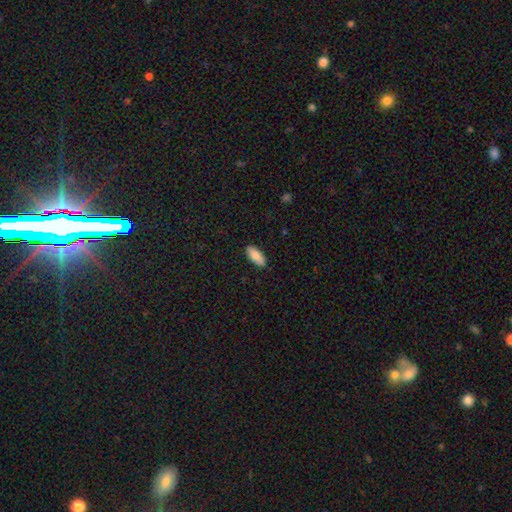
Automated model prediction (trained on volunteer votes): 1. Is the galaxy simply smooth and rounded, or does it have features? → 85% smooth, 9% featured or disk, 6% star or artifact.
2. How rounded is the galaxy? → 83% in between, 15% cigar-shaped, 2% round.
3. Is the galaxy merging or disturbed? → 89% none, 9% minor disturbance, 2% major disturbance, 1% merger.